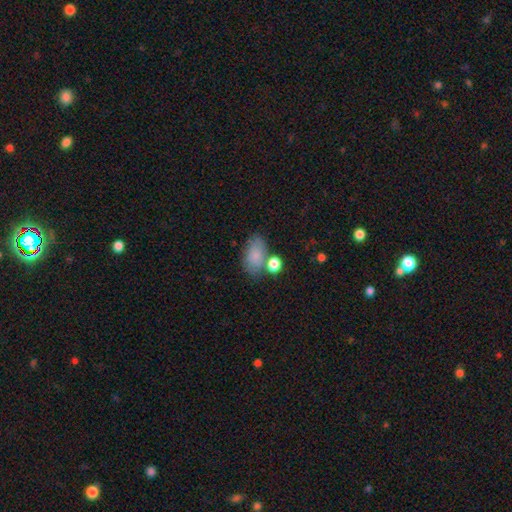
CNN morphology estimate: Smooth or featured? smooth (81%)
How rounded? in between (88%)
Merging? none (56%)